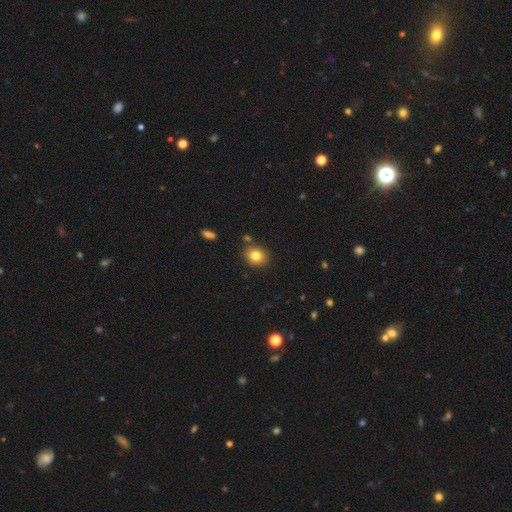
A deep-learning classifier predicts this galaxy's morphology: Smooth or featured: smooth — 82% (star or artifact — 11%)
How rounded: round — 70% (in between — 29%)
Merging: none — 84% (minor disturbance — 9%)